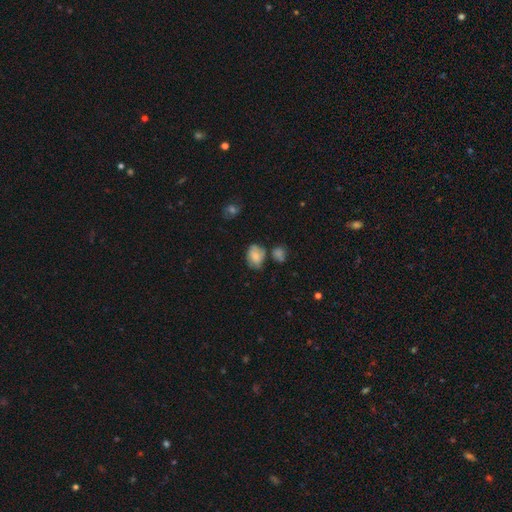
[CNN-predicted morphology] This appears to be a smooth galaxy with no disk features (68%) that is in between round and cigar-shaped (68%). Merging: none (52%).